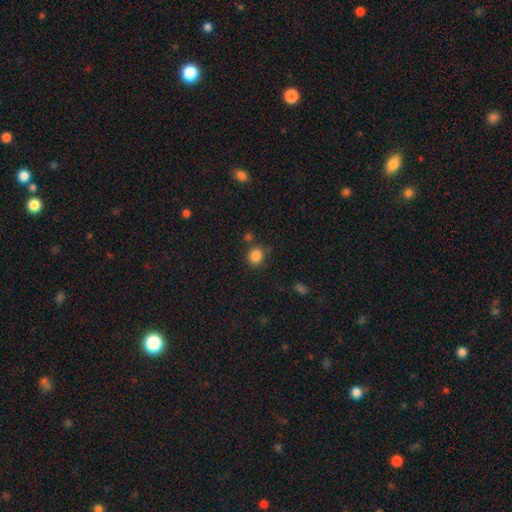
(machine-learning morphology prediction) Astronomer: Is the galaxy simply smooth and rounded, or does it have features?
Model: smooth — 85%.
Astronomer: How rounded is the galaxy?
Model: round — 77%.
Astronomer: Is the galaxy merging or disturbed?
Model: none — 77%.